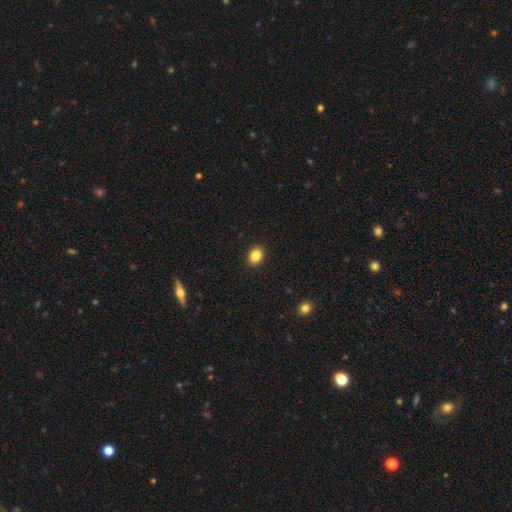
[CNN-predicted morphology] smooth 85%, star or artifact 9%, featured or disk 5%. Down the decision tree: how rounded — in between (62%); merging — none (91%).